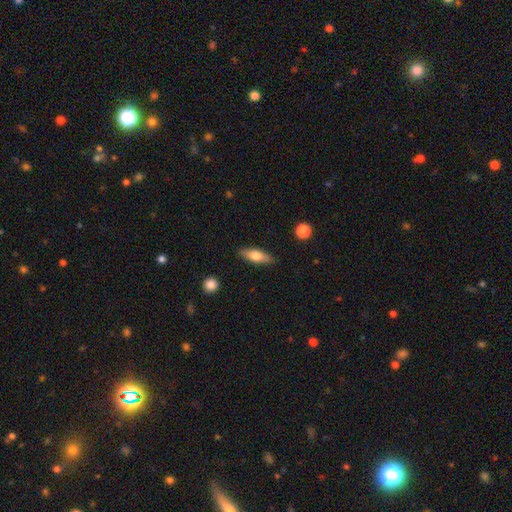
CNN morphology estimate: Smooth or featured: smooth — 67% (featured or disk — 26%)
How rounded: in between — 60% (cigar-shaped — 37%)
Merging: none — 86% (minor disturbance — 10%)